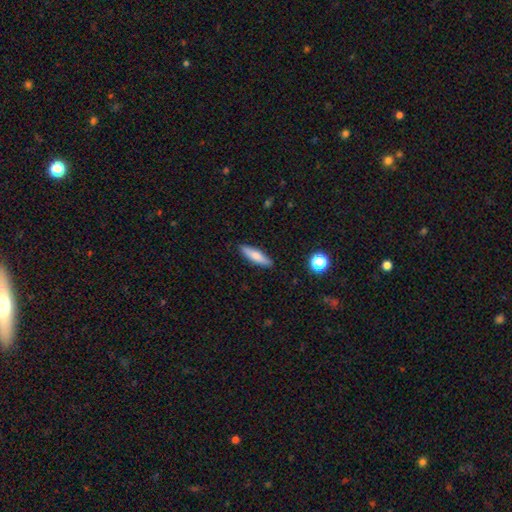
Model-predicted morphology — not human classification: Overall: smooth (76%). How rounded: cigar-shaped (67%; in between 31%). Merging: none (88%).